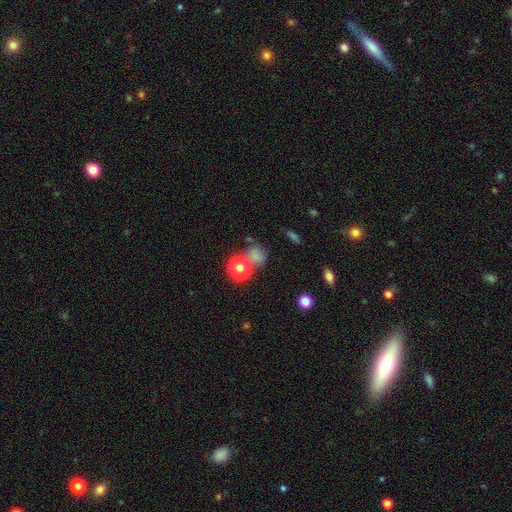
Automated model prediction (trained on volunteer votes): Smooth or featured: smooth — 65% (star or artifact — 26%)
How rounded: round — 74% (in between — 25%)
Merging: none — 53% (merger — 22%)